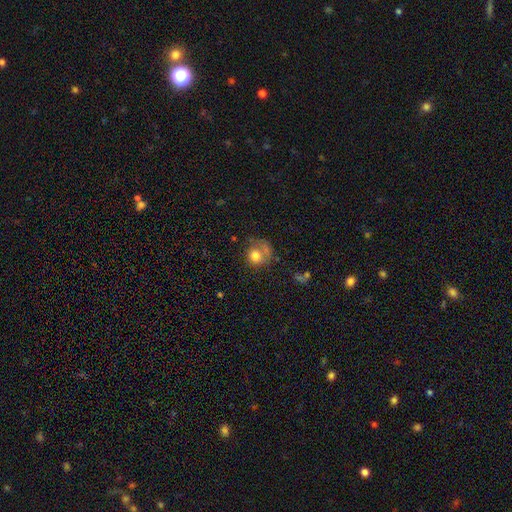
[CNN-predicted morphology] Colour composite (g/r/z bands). It shows a smooth galaxy with no disk features (71%) that is round (78%). Merging: none (43%).